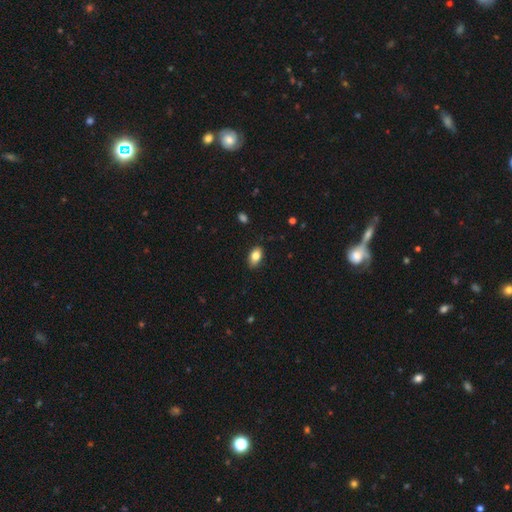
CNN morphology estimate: This is clearly a smooth galaxy (83%). How rounded: clearly in between (90%). Merging: clearly none (86%).